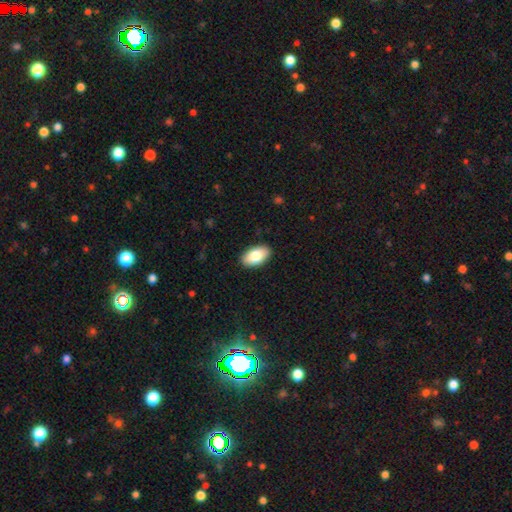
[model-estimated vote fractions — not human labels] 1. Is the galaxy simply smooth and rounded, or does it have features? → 81% smooth, 12% featured or disk, 6% star or artifact.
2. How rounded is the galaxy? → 95% in between, 4% round, 2% cigar-shaped.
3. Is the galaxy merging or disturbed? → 90% none, 8% minor disturbance, 2% major disturbance, 1% merger.